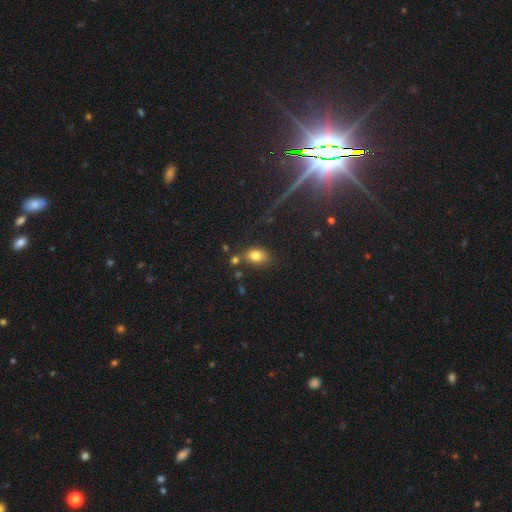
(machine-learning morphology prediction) smooth_or_featured: smooth (p=0.79) [alt: star or artifact p=0.11]
how_rounded: in between (p=0.78) [alt: round p=0.20]
merging: none (p=0.71) [alt: minor disturbance p=0.15]